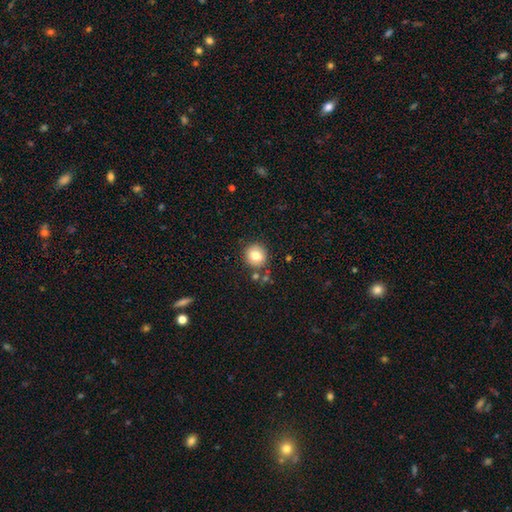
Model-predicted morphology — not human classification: This is likely a smooth galaxy (80%). How rounded: clearly round (89%). Merging: clearly none (83%).